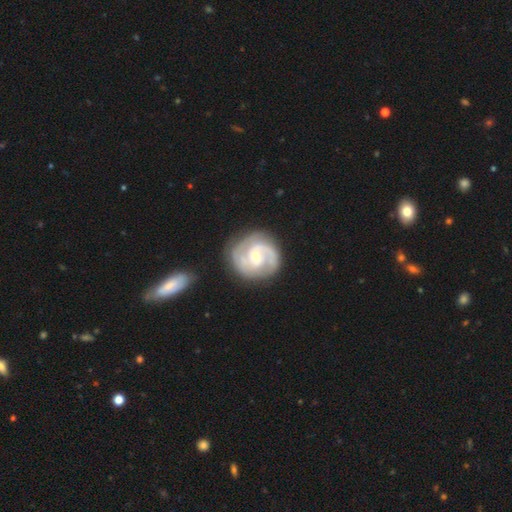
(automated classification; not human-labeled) A featured or disk galaxy (88%) with no bar (51%), 2 (76%) tight (47%) spiral arms (97%) and a small central bulge (57%). Merging: none (81%).